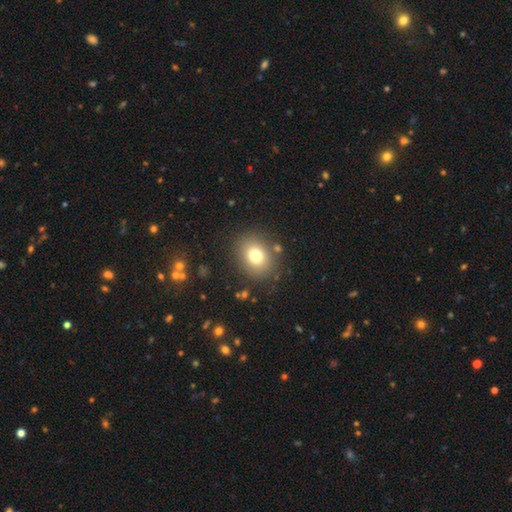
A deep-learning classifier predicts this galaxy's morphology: smooth-or-featured: smooth: 76% | star or artifact: 12% | featured or disk: 12%
  how-rounded: round: 61% | in between: 38% | cigar-shaped: 1%
  merging: none: 84% | minor disturbance: 9% | major disturbance: 4% | merger: 3%